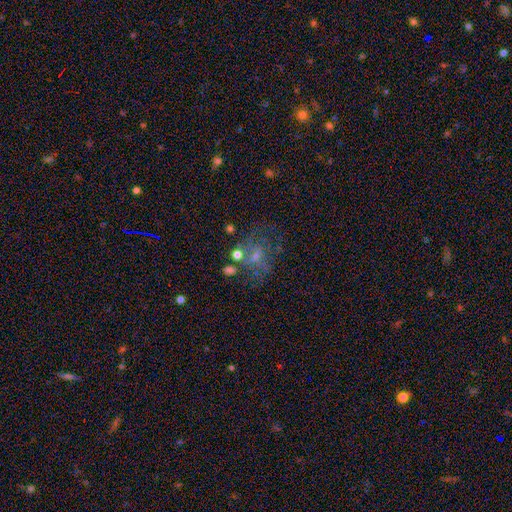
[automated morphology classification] Smooth or featured? Predicted: featured or disk (p=0.49). Merging? Predicted: none (p=0.44).